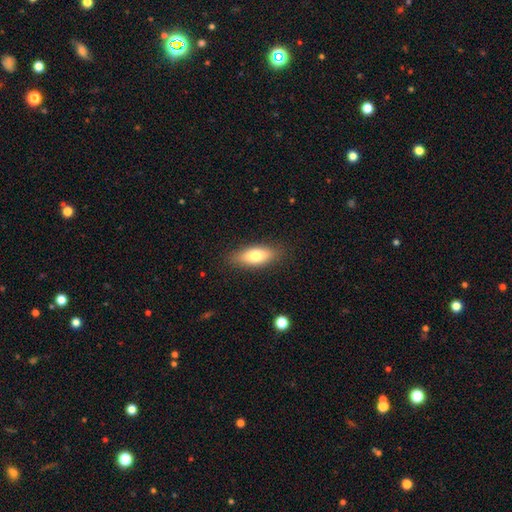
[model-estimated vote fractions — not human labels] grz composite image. It shows a smooth galaxy with no disk features (75%) that is in between round and cigar-shaped (75%). Merging: none (86%).